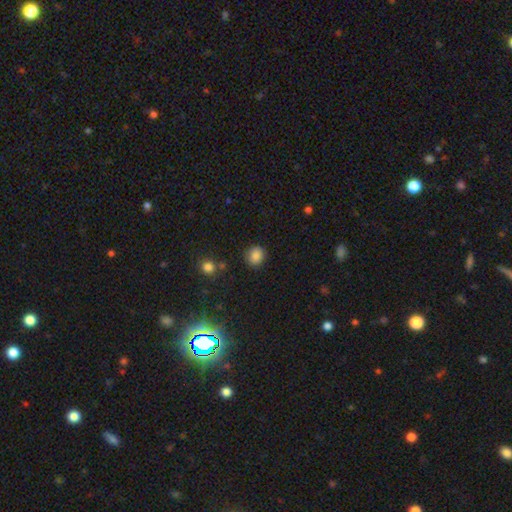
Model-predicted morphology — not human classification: smooth 85%, star or artifact 10%, featured or disk 4%. Down the decision tree: how rounded — round (83%); merging — none (88%).